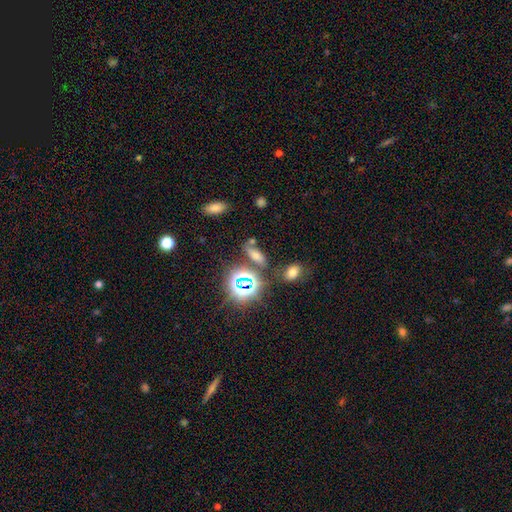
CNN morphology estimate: The model was most divided on "smooth or featured": smooth: 52%, star or artifact: 34%, featured or disk: 14%. More confident: merging — none (69%); how rounded — in between (60%).